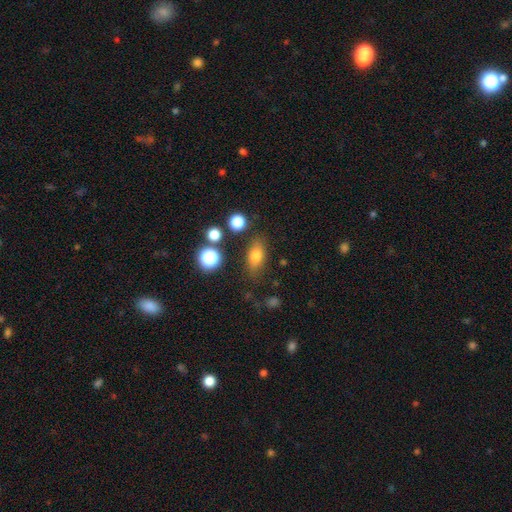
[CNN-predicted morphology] A smooth galaxy with no disk features (76%) that is in between round and cigar-shaped (77%). Merging: none (79%).